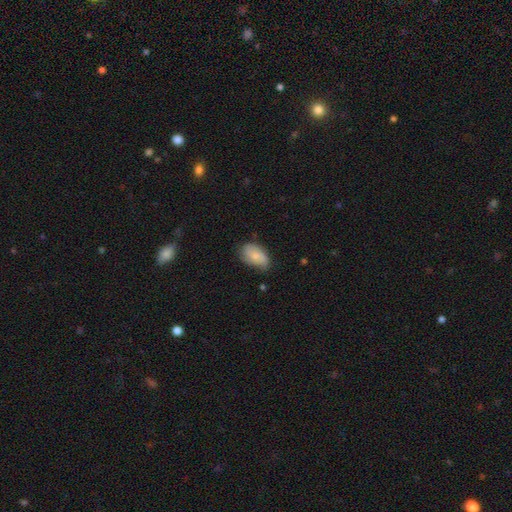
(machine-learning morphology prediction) This appears to be a smooth galaxy with no disk features (64%) that is in between round and cigar-shaped (90%). Merging: none (59%).